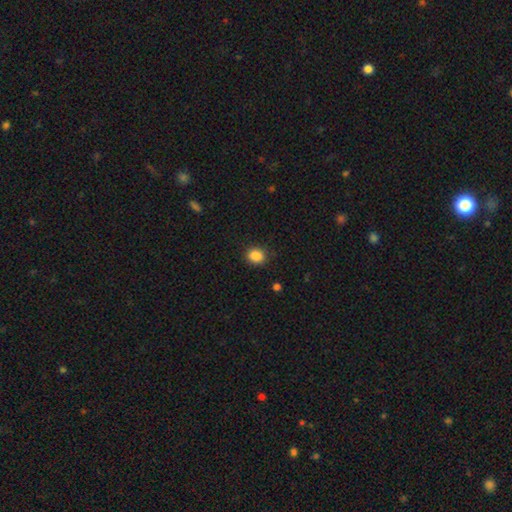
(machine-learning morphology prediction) Smooth or featured? Predicted: smooth (p=0.87). How rounded? Predicted: round (p=0.59). Merging? Predicted: none (p=0.85).